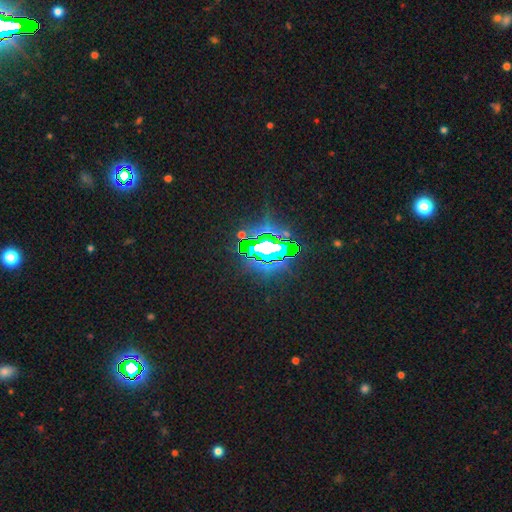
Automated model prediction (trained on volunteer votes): Smooth or featured? Predicted: star or artifact (p=0.81).